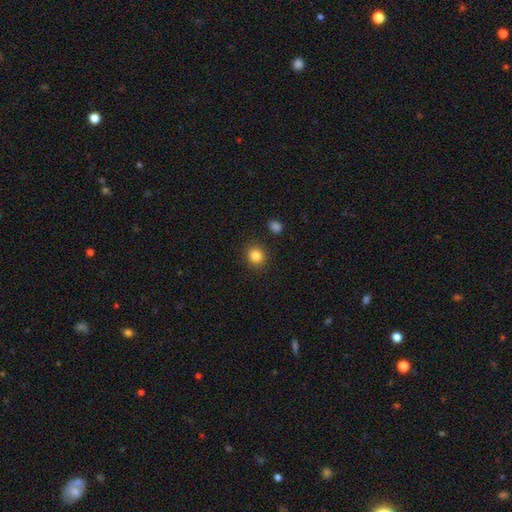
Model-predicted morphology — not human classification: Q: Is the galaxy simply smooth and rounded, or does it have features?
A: smooth — 85%.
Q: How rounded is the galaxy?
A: round — 83%.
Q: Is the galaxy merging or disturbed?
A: none — 87%.